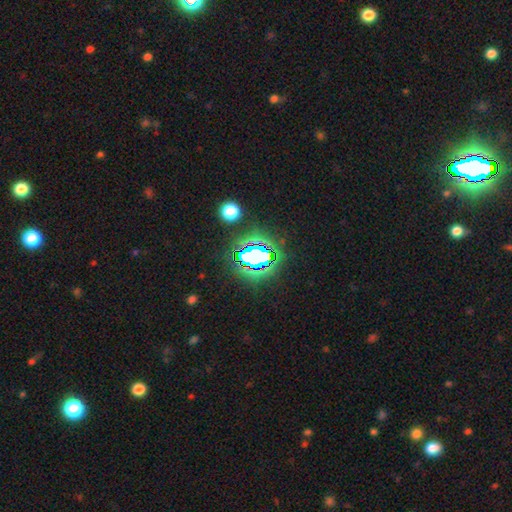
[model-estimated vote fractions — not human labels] Smooth or featured: star or artifact — 70% (smooth — 18%)